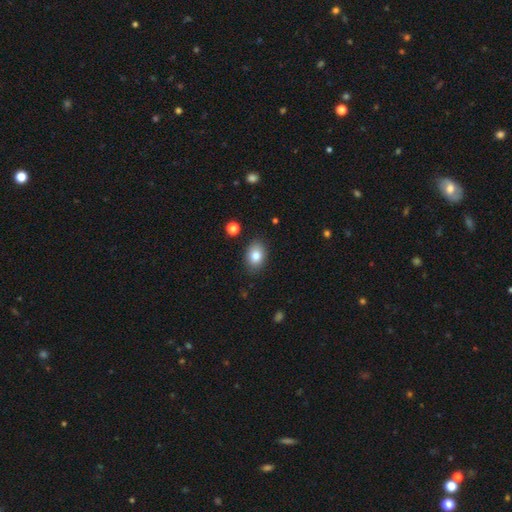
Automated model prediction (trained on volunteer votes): smooth-or-featured: smooth: 83% | star or artifact: 9% | featured or disk: 9%
  how-rounded: in between: 77% | round: 22% | cigar-shaped: 1%
  merging: none: 86% | minor disturbance: 10% | major disturbance: 2% | merger: 2%